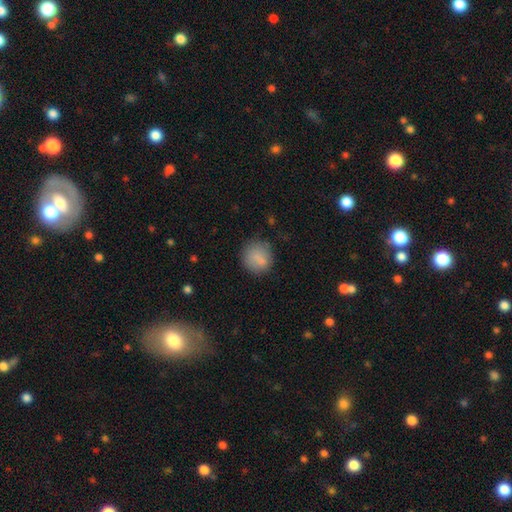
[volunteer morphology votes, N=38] type=smooth (87%); roundness=round (82%); merging=none (73%).